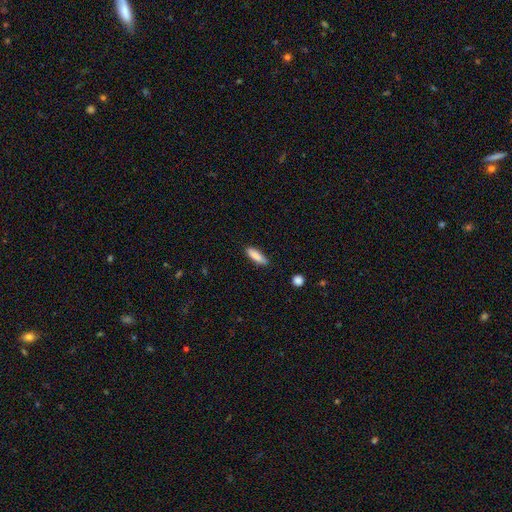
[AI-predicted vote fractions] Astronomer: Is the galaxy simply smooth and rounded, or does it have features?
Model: smooth — 86%.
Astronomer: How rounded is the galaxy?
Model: cigar-shaped — 57% (runner-up: in between, 42%).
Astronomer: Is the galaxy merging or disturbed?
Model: none — 81%.